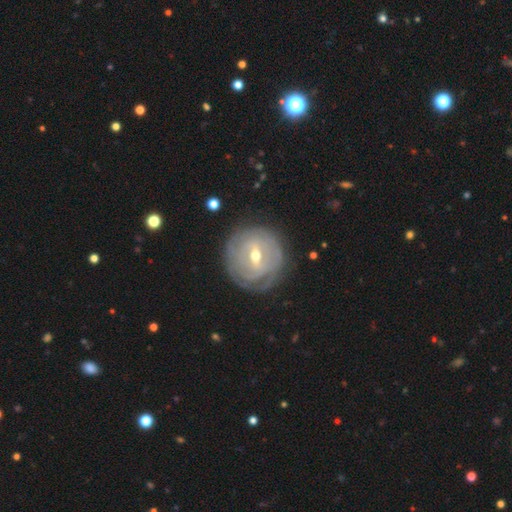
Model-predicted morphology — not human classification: Smooth or featured: featured or disk — 81% (smooth — 14%)
Edge-on disk: no — 94% (yes — 6%)
Bar: weak — 51% (strong — 33%)
Spiral arms: yes — 83% (no — 17%)
Spiral winding: tight — 81% (medium — 14%)
Spiral arm count: can't tell — 52% (2 — 18%)
Bulge size: moderate — 59% (small — 37%)
Merging: none — 78% (minor disturbance — 15%)